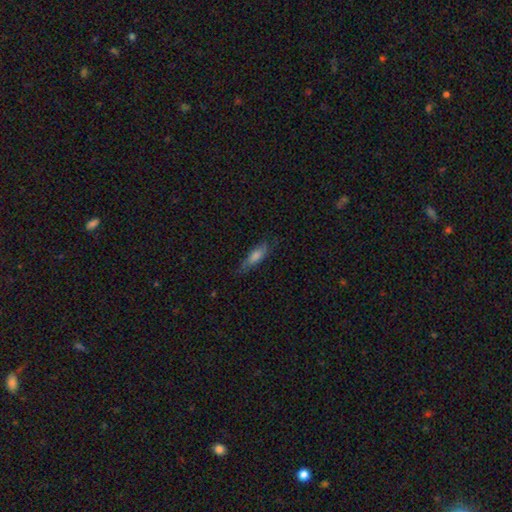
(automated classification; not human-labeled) The model was most divided on "how rounded": cigar-shaped: 57%, in between: 41%, round: 2%. More confident: merging — none (74%); smooth or featured — smooth (69%).